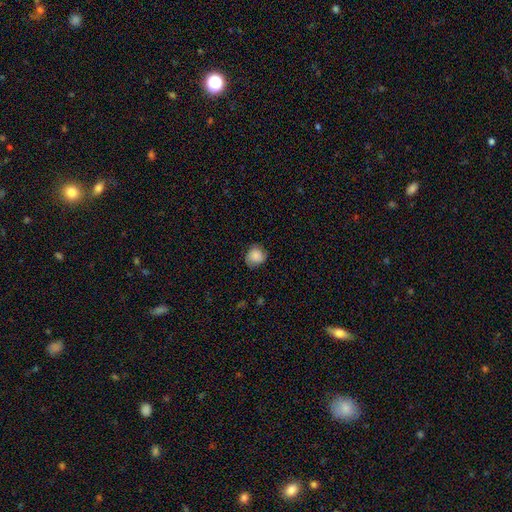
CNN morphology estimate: type=smooth (77%); roundness=round (80%); merging=none (74%).